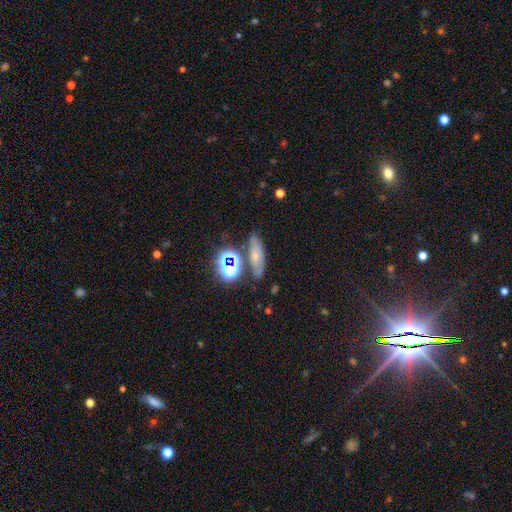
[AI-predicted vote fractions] This is possibly a smooth galaxy (46%). Merging: likely none (69%).